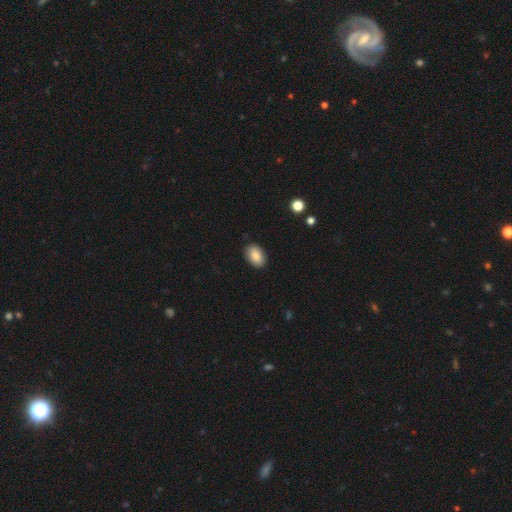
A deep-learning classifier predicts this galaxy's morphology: A smooth galaxy with no disk features (87%) that is in between round and cigar-shaped (89%). Merging: none (89%).